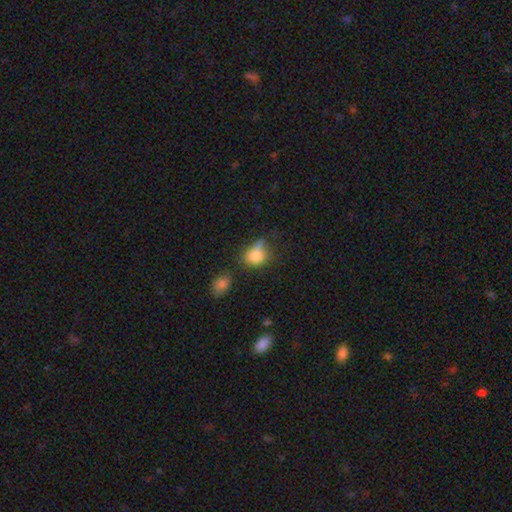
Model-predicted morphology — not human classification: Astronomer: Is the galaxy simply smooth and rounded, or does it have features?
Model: smooth — 76%.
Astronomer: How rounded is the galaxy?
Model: in between — 54% (runner-up: round, 44%).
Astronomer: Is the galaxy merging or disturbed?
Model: none — 36% (runner-up: minor disturbance, 30%).